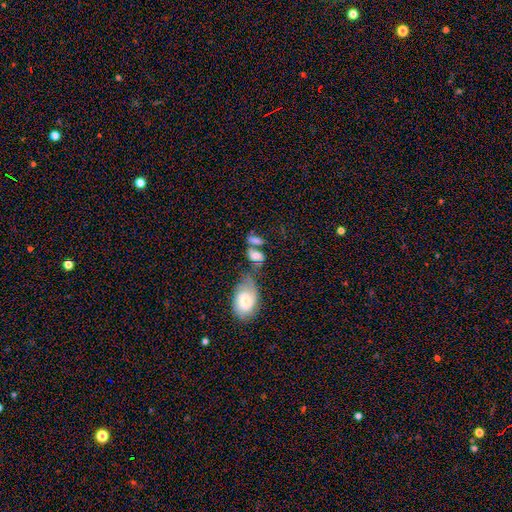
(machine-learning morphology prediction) This is likely a smooth galaxy (64%). How rounded: clearly in between (81%). Merging: marginally merger (43%).